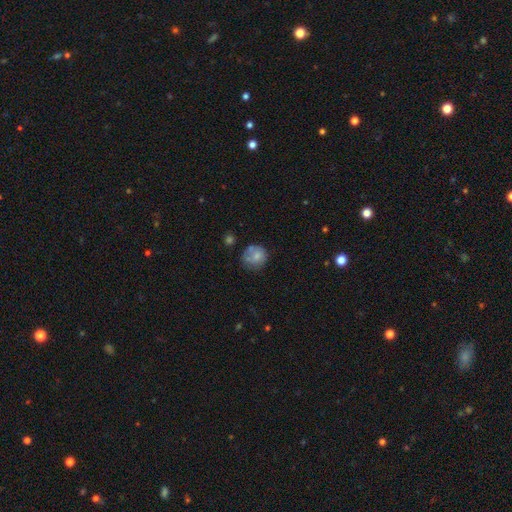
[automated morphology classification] This is likely a smooth galaxy (69%). How rounded: clearly round (81%). Merging: possibly none (56%).